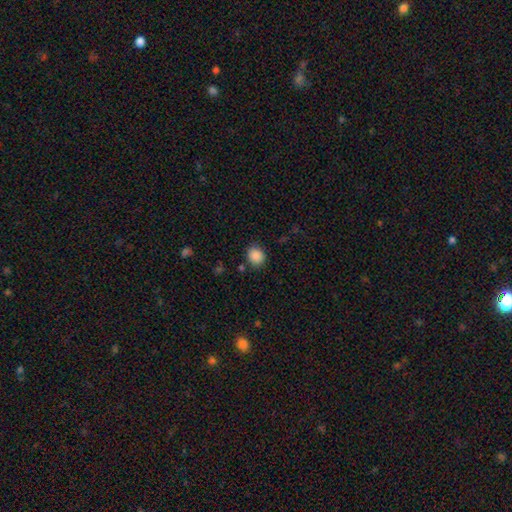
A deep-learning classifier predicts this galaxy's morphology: Smooth or featured: smooth — 87% (star or artifact — 9%)
How rounded: round — 70% (in between — 29%)
Merging: none — 83% (minor disturbance — 11%)